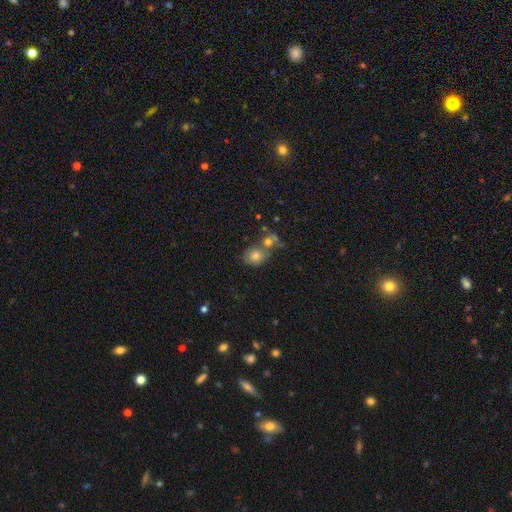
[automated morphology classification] smooth-or-featured: smooth: 74% | star or artifact: 13% | featured or disk: 13%
  how-rounded: round: 61% | in between: 38% | cigar-shaped: 1%
  merging: none: 47% | merger: 36% | minor disturbance: 12% | major disturbance: 5%